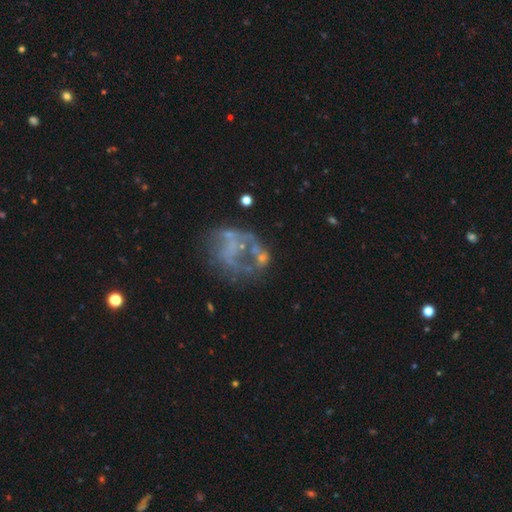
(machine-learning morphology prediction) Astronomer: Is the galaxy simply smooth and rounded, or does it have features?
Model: featured or disk — 64%.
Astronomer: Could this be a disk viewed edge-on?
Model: no — 98%.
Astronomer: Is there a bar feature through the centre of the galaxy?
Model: no — 86%.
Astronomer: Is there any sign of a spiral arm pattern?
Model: no — 80%.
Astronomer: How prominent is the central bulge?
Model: none — 80%.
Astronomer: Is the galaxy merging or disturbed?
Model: none — 45% (runner-up: major disturbance, 30%).